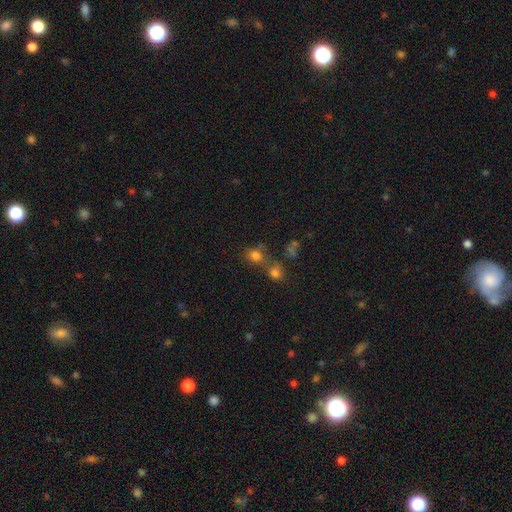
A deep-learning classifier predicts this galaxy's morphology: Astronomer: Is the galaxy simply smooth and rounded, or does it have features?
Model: smooth — 75%.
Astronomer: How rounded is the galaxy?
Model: round — 63%.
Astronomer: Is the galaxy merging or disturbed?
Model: none — 43% (runner-up: merger, 41%).